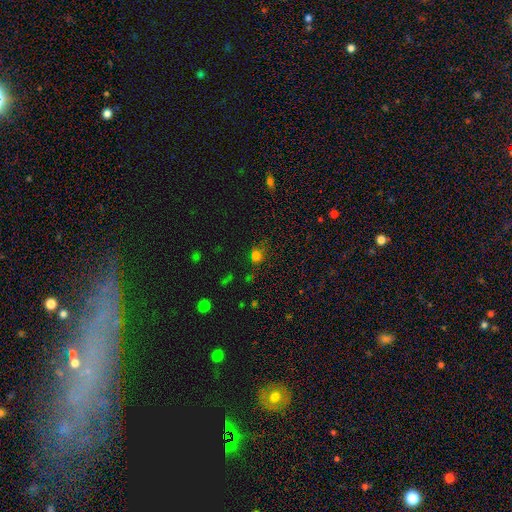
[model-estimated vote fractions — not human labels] Smooth or featured? smooth (70%)
How rounded? round (71%)
Merging? none (66%)